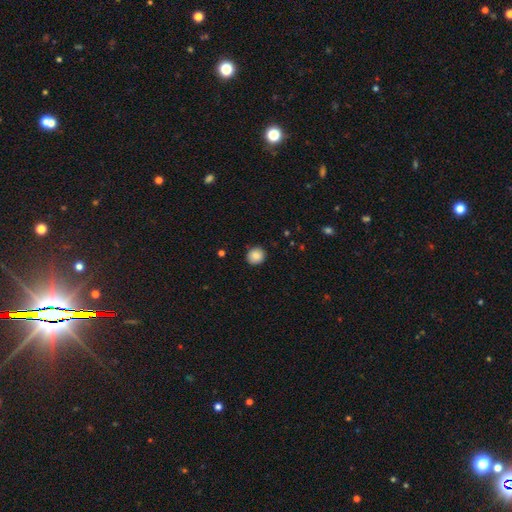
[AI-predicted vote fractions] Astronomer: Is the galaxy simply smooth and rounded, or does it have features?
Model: smooth — 86%.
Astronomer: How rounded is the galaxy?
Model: round — 88%.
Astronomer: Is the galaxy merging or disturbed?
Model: none — 90%.